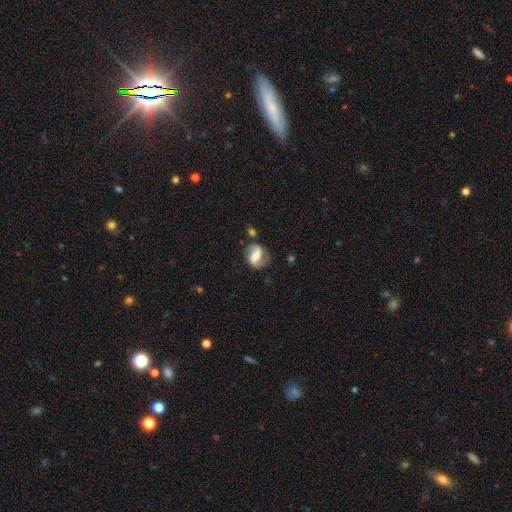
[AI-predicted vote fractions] Overall: featured or disk (69%). Edge-on disk: no (97%). Bar: strong (38%, tied with weak). Spiral arms: yes (89%). Spiral arm count: 2 (85%). Spiral winding: loose (49%; medium 37%). Bulge size: moderate (28%; none 24%). Merging: none (63%).